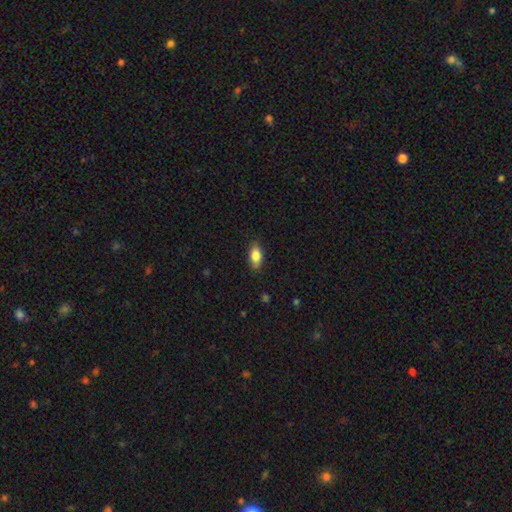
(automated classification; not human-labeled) Smooth or featured? Predicted: smooth (p=0.83). How rounded? Predicted: in between (p=0.88). Merging? Predicted: none (p=0.87).